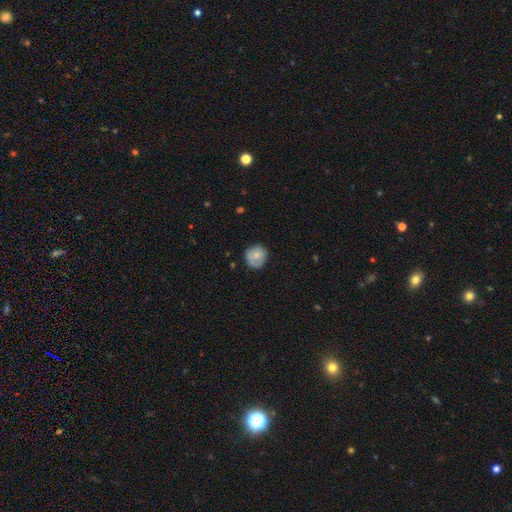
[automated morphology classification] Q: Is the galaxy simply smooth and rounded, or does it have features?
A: smooth — 72%.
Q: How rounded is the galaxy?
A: round — 88%.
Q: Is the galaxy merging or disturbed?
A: none — 70%.